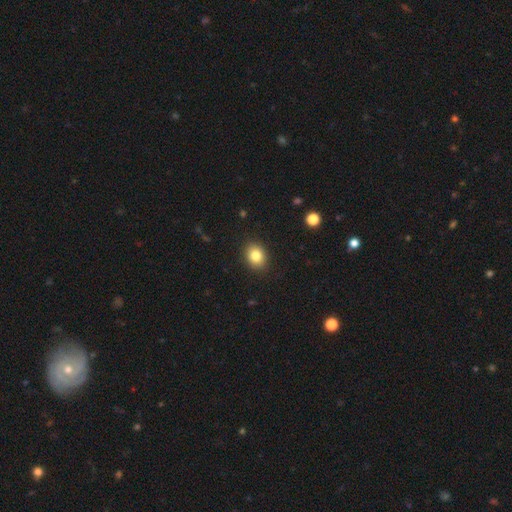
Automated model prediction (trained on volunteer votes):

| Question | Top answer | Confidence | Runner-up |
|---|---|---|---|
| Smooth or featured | smooth | 83% | star or artifact (10%) |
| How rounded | in between | 53% | round (47%) |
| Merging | none | 90% | minor disturbance (7%) |